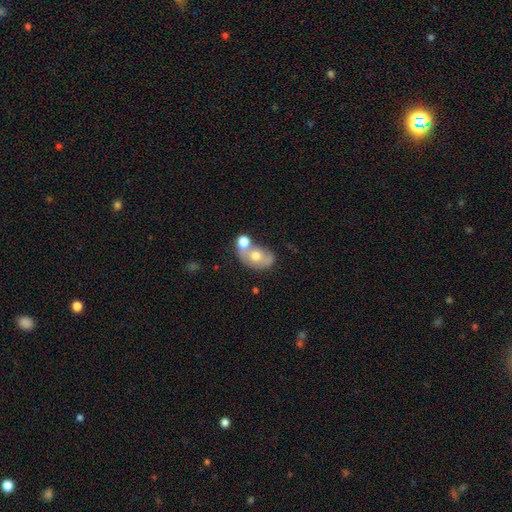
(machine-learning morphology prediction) Smooth or featured? Predicted: smooth (p=0.57). How rounded? Predicted: in between (p=0.71). Merging? Predicted: merger (p=0.50).